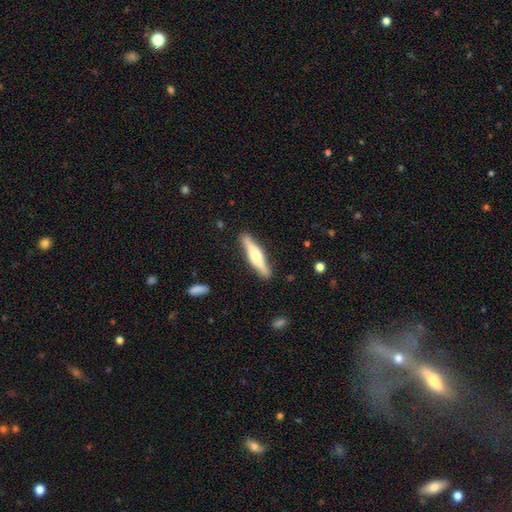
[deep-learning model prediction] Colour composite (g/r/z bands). It shows a featured or disk galaxy (59%) viewed edge-on (94%) with a rounded central bulge (89%). Merging: none (87%).